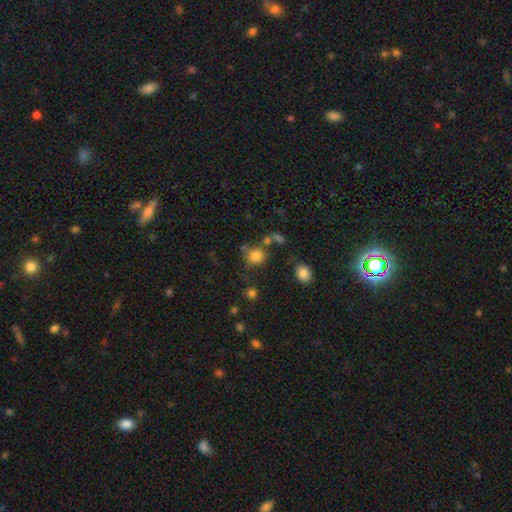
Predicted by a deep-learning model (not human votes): smooth_or_featured: smooth (p=0.81) [alt: star or artifact p=0.13]
how_rounded: round (p=0.84) [alt: in between p=0.15]
merging: none (p=0.67) [alt: merger p=0.14]